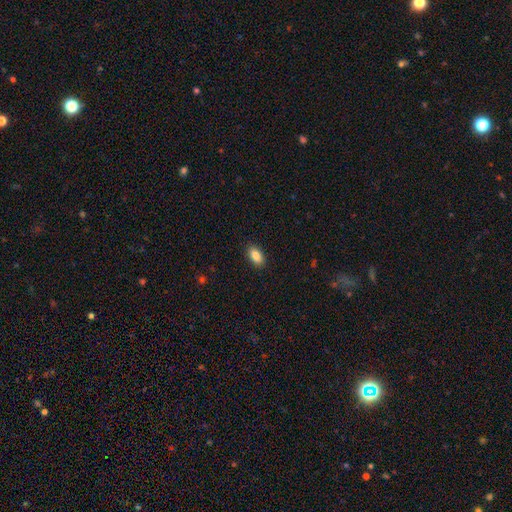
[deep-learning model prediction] Q: Smooth or featured?
A: smooth (88%); runner-up: star or artifact (7%)
Q: How rounded?
A: in between (92%); runner-up: round (6%)
Q: Merging?
A: none (89%); runner-up: minor disturbance (8%)